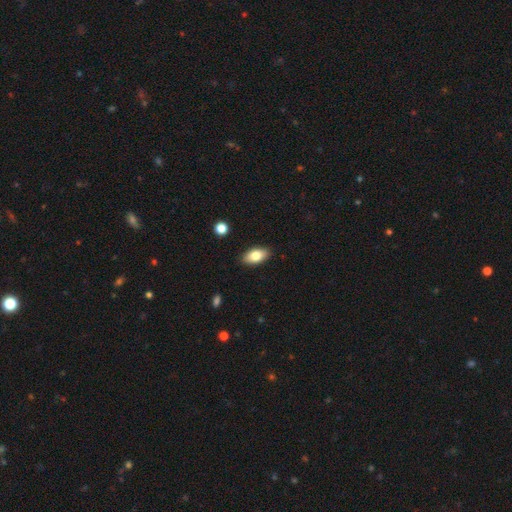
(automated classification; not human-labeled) Smooth or featured? Predicted: smooth (p=0.80). How rounded? Predicted: in between (p=0.92). Merging? Predicted: none (p=0.88).